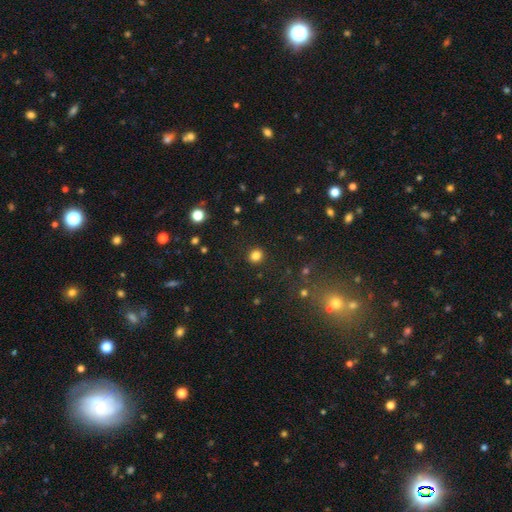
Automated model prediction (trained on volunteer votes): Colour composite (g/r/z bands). It shows a smooth galaxy with no disk features (83%) that is round (83%). Merging: none (90%).